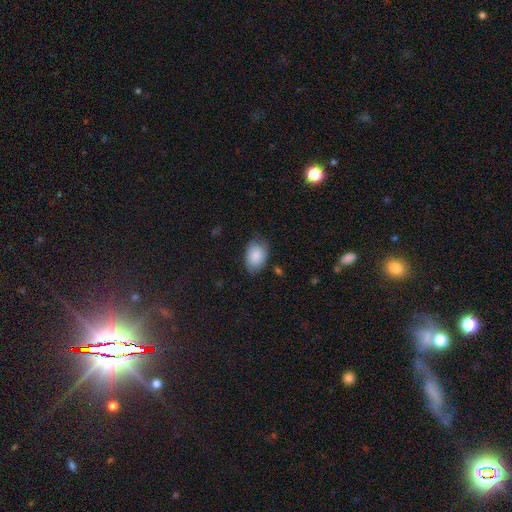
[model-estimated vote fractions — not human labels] smooth_or_featured: smooth (p=0.86) [alt: featured or disk p=0.07]
how_rounded: in between (p=0.86) [alt: round p=0.13]
merging: none (p=0.71) [alt: minor disturbance p=0.22]